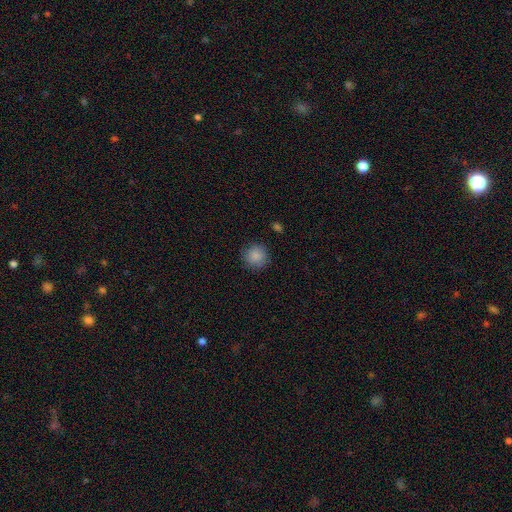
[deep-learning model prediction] Smooth or featured?
  - smooth: 87% *
  - star or artifact: 9%
  - featured or disk: 4%
How rounded?
  - round: 94% *
  - in between: 5%
  - cigar-shaped: 1%
Merging?
  - none: 89% *
  - minor disturbance: 8%
  - major disturbance: 2%
  - merger: 1%